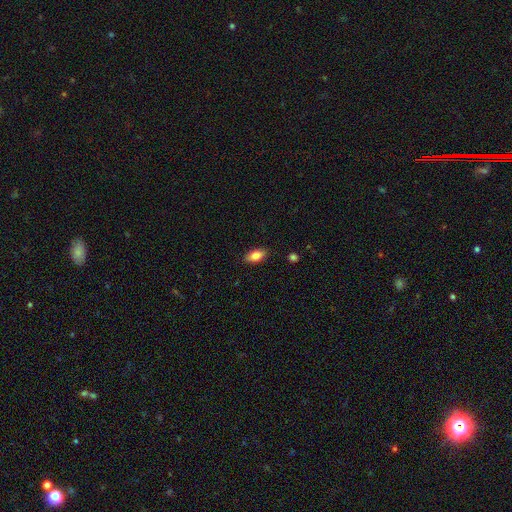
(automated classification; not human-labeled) Q: Smooth or featured?
A: smooth (83%); runner-up: featured or disk (9%)
Q: How rounded?
A: in between (90%); runner-up: cigar-shaped (6%)
Q: Merging?
A: none (88%); runner-up: minor disturbance (9%)